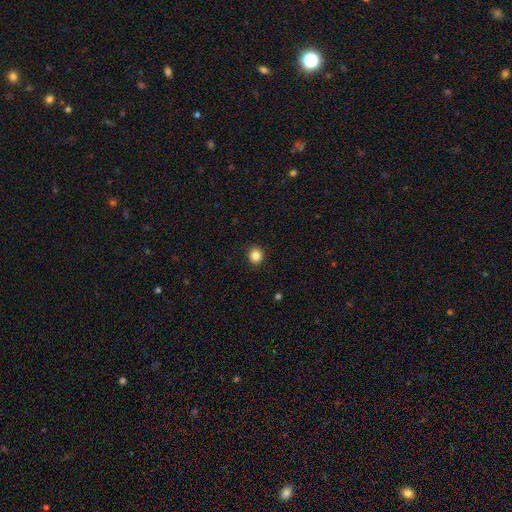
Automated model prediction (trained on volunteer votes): Smooth or featured? smooth (85%)
How rounded? round (88%)
Merging? none (91%)